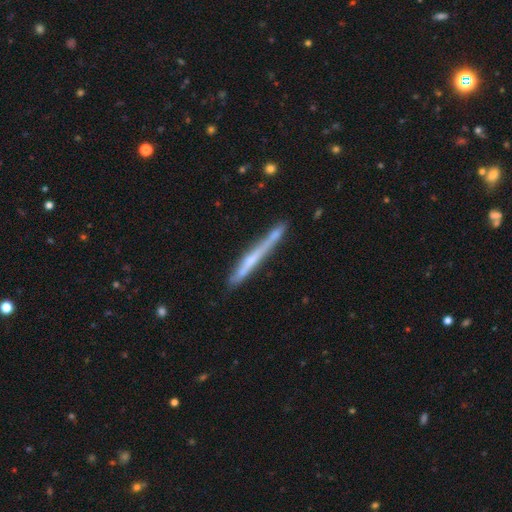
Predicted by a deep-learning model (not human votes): Overall: featured or disk (62%; smooth 31%). Edge-on disk: yes (95%). Edge-on bulge: none (54%; rounded 40%). Merging: none (75%).